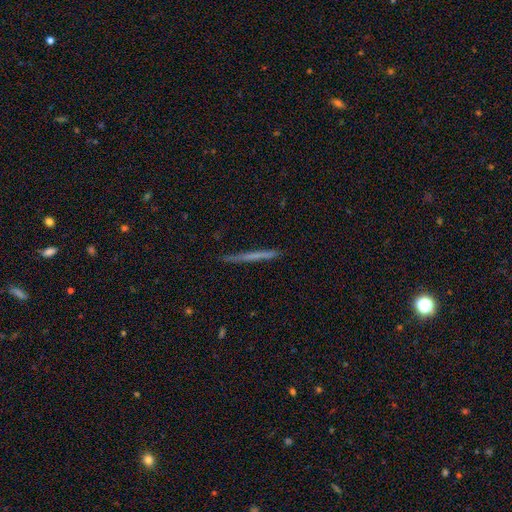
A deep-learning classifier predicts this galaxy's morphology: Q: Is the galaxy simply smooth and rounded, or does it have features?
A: smooth — 50%.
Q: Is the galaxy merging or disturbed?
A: none — 89%.